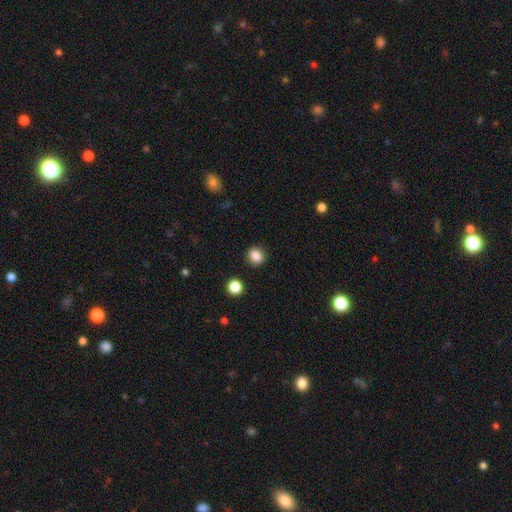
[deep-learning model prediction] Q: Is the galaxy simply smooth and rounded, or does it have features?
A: smooth — 85%.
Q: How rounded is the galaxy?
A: round — 75%.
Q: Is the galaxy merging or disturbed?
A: none — 88%.